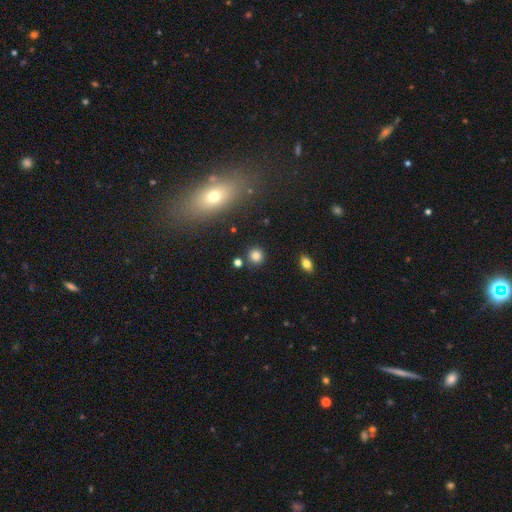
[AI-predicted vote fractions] Morphology: type=smooth (81%); roundness=round (91%); merging=none (87%).